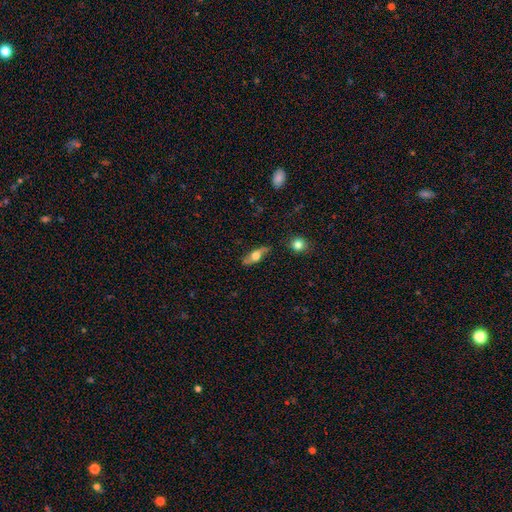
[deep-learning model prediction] This is possibly a featured or disk galaxy (53%). It is possibly viewed edge-on (54%). Merging: likely none (75%).